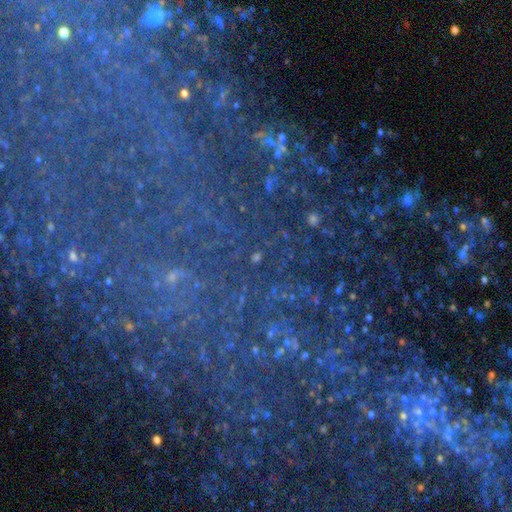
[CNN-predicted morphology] Smooth or featured? Predicted: star or artifact (p=0.77).